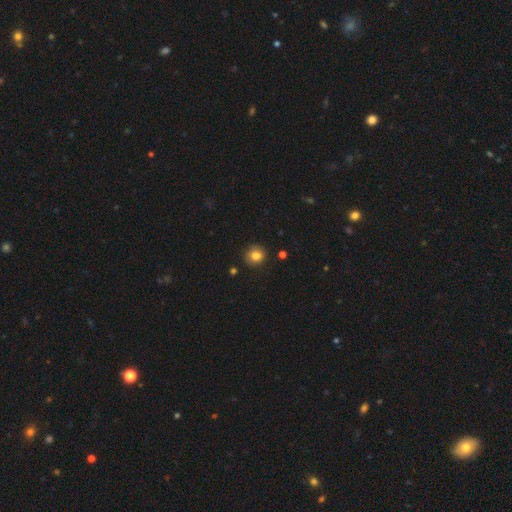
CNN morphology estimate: A smooth galaxy with no disk features (81%) that is round (79%). Merging: none (80%).